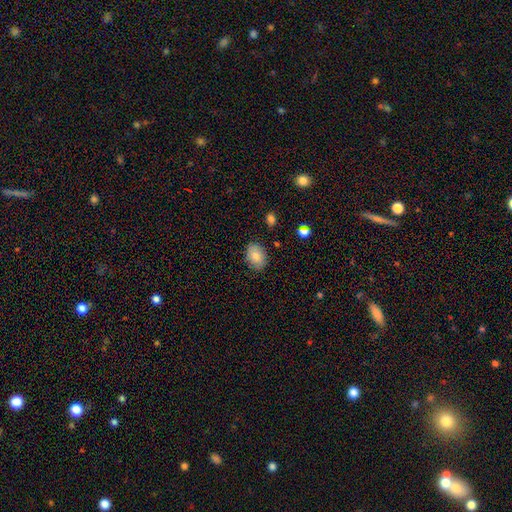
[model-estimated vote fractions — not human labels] Smooth or featured?
  - smooth: 83% *
  - featured or disk: 9%
  - star or artifact: 8%
How rounded?
  - in between: 74% *
  - round: 25%
  - cigar-shaped: 1%
Merging?
  - none: 85% *
  - minor disturbance: 11%
  - major disturbance: 2%
  - merger: 1%